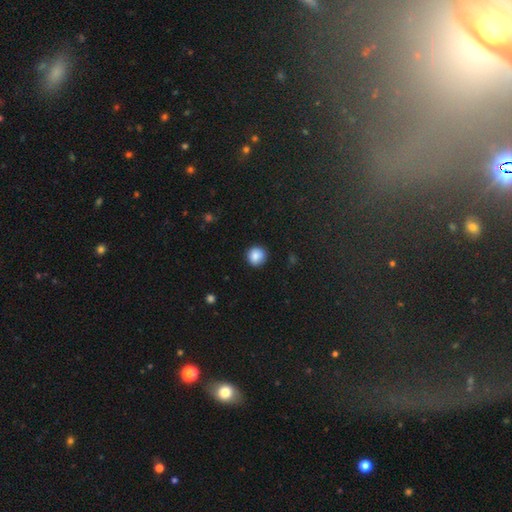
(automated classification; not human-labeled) smooth 87%, star or artifact 9%, featured or disk 4%. Down the decision tree: how rounded — round (93%); merging — none (90%).